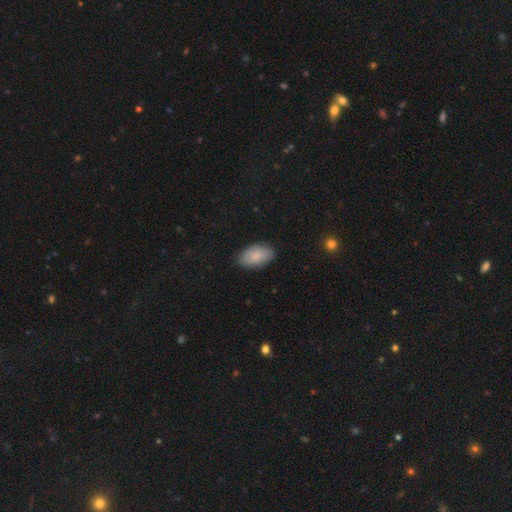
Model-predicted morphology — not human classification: A smooth galaxy with no disk features (84%) that is in between round and cigar-shaped (94%).

Vote fractions:
- Smooth or featured? smooth: 84% / featured or disk: 10% / star or artifact: 6%
- How rounded? in between: 94% / round: 4% / cigar-shaped: 2%
- Merging? none: 85% / minor disturbance: 12% / major disturbance: 2% / merger: 1%